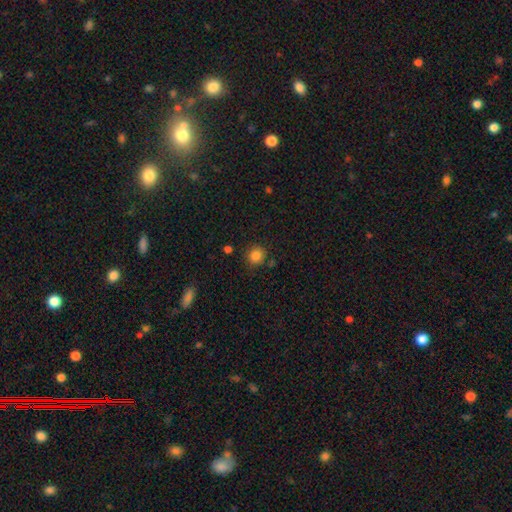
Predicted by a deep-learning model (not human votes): smooth_or_featured: smooth (p=0.84) [alt: star or artifact p=0.11]
how_rounded: round (p=0.87) [alt: in between p=0.12]
merging: none (p=0.84) [alt: minor disturbance p=0.09]